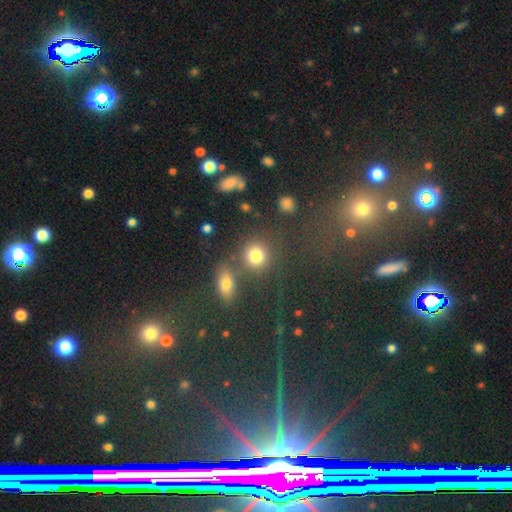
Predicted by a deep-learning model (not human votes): Smooth or featured? smooth (79%)
How rounded? round (81%)
Merging? none (62%)